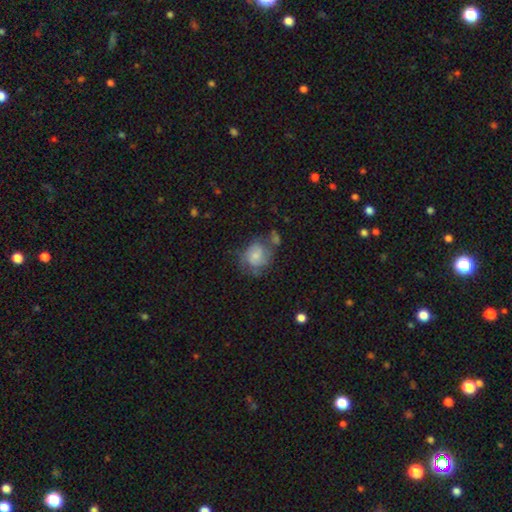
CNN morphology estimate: smooth-or-featured: smooth: 56% | featured or disk: 35% | star or artifact: 9%
  how-rounded: round: 63% | in between: 36% | cigar-shaped: 1%
  merging: none: 43% | minor disturbance: 26% | major disturbance: 18% | merger: 13%